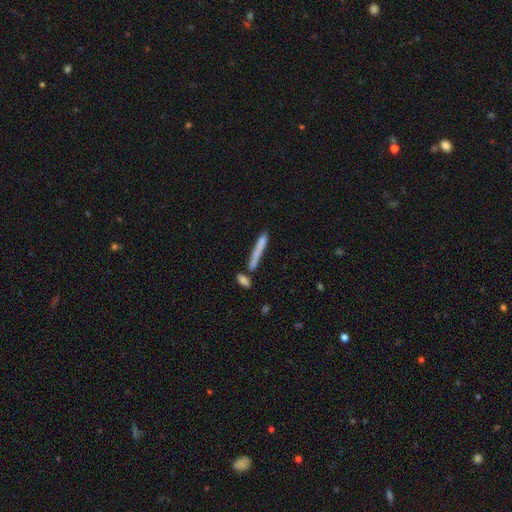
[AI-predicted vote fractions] Smooth or featured? smooth (52%)
How rounded? cigar-shaped (92%)
Merging? none (68%)